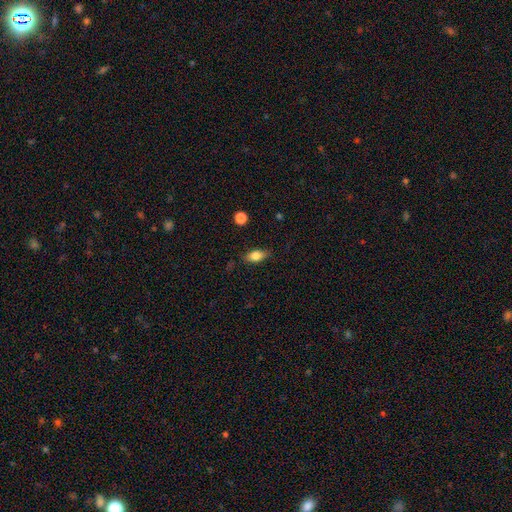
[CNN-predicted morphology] Smooth or featured? smooth (71%)
How rounded? in between (80%)
Merging? none (80%)